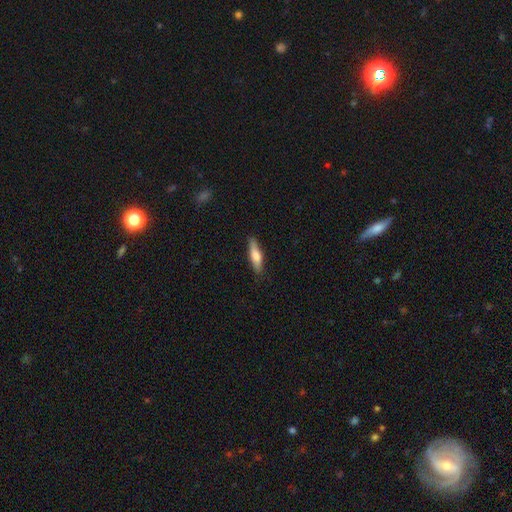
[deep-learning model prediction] Smooth or featured?
  - smooth: 68% *
  - featured or disk: 26%
  - star or artifact: 6%
How rounded?
  - cigar-shaped: 66% *
  - in between: 32%
  - round: 2%
Merging?
  - none: 84% *
  - minor disturbance: 13%
  - major disturbance: 2%
  - merger: 1%